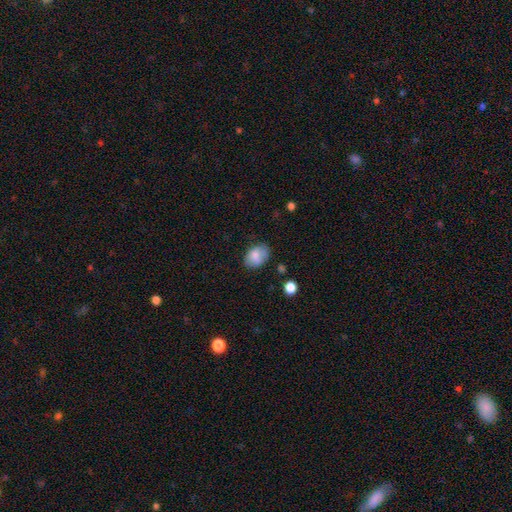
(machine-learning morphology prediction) Overall: smooth (79%). How rounded: in between (80%). Merging: none (69%).